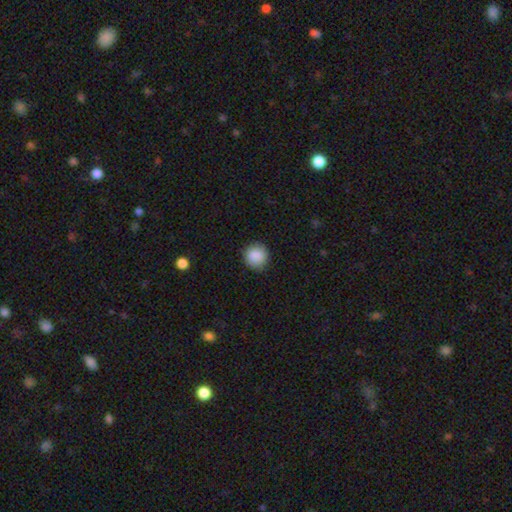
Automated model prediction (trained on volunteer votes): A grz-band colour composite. It shows a smooth galaxy with no disk features (89%) that is round (91%). Merging: none (88%).